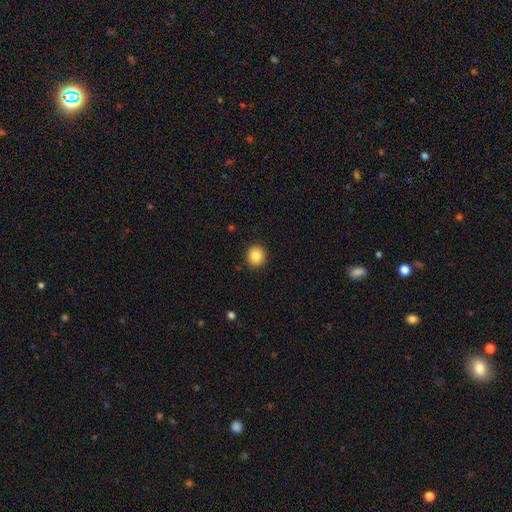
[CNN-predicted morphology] smooth 85%, star or artifact 9%, featured or disk 6%. Down the decision tree: how rounded — round (89%); merging — none (91%).